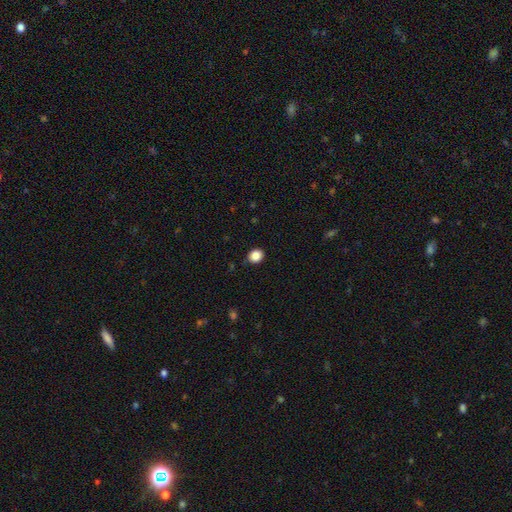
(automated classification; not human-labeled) Smooth or featured?
  - smooth: 87% *
  - star or artifact: 10%
  - featured or disk: 4%
How rounded?
  - round: 58% *
  - in between: 41%
  - cigar-shaped: 1%
Merging?
  - none: 88% *
  - minor disturbance: 9%
  - major disturbance: 2%
  - merger: 1%